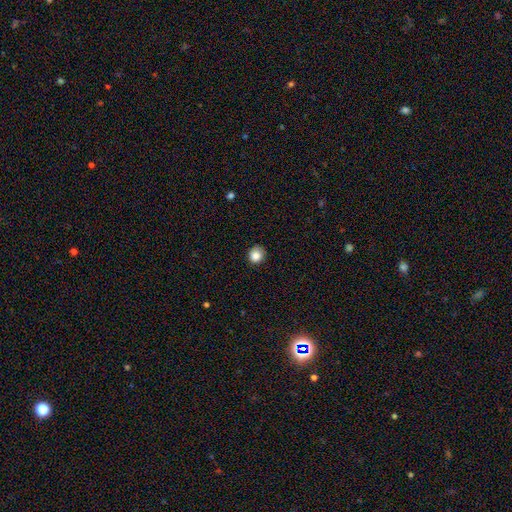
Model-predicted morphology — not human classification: The model was most divided on "how rounded": round: 86%, in between: 13%, cigar-shaped: 1%. More confident: smooth or featured — smooth (85%); merging — none (85%).